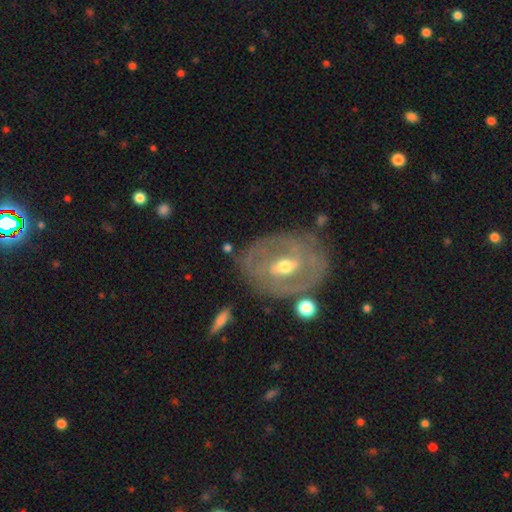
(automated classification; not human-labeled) Q: Smooth or featured?
A: featured or disk (78%); runner-up: smooth (15%)
Q: Edge-on disk?
A: no (94%); runner-up: yes (6%)
Q: Bar?
A: weak (45%); runner-up: strong (31%)
Q: Spiral arms?
A: yes (63%); runner-up: no (37%)
Q: Bulge size?
A: moderate (62%); runner-up: small (34%)
Q: Merging?
A: none (74%); runner-up: minor disturbance (17%)